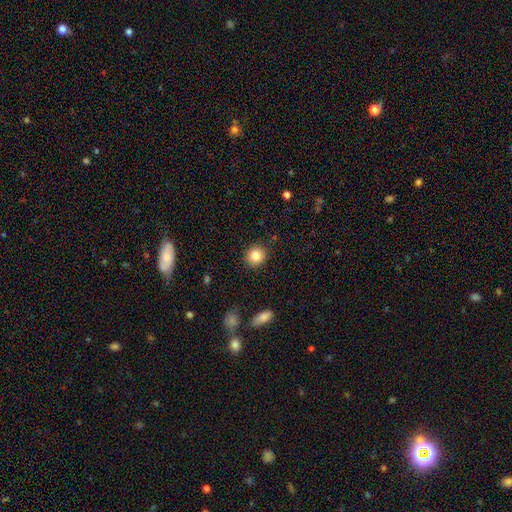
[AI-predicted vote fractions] Smooth or featured? smooth (84%)
How rounded? round (85%)
Merging? none (90%)